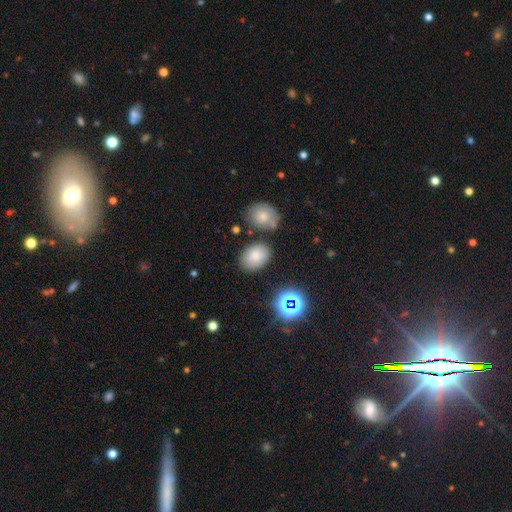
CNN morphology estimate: smooth 79%, star or artifact 11%, featured or disk 9%. Down the decision tree: how rounded — in between (78%); merging — none (75%).